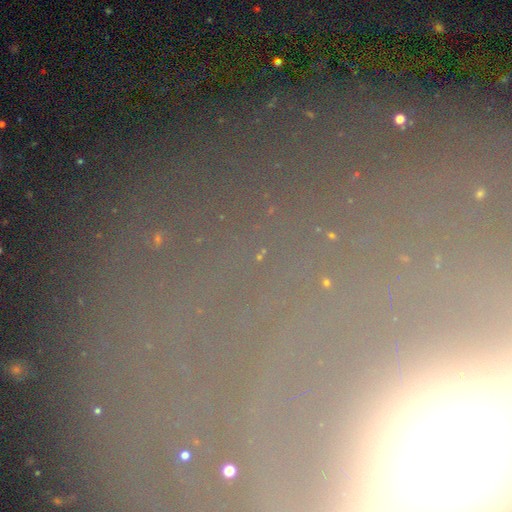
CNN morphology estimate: smooth_or_featured: star or artifact (p=0.55) [alt: featured or disk p=0.24]